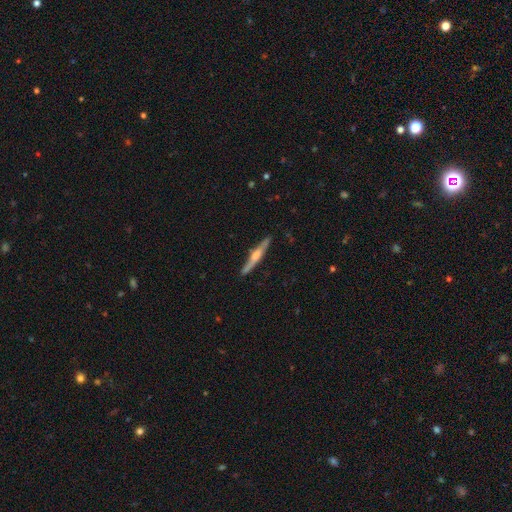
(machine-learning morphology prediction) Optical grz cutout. It shows a featured or disk galaxy (69%) viewed edge-on (97%) with a rounded central bulge (77%). Merging: none (88%).